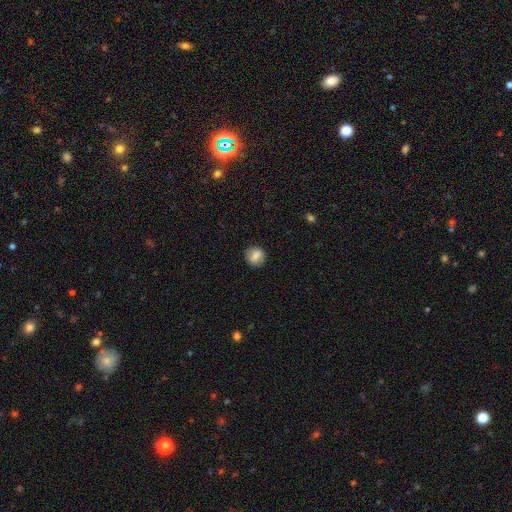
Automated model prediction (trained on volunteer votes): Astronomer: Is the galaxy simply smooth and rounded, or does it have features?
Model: smooth — 74%.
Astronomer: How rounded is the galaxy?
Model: round — 79%.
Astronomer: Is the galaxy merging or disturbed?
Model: none — 86%.